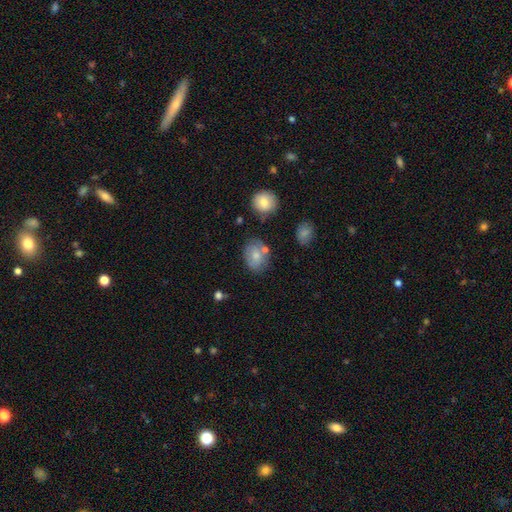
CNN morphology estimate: smooth-or-featured: smooth: 69% | featured or disk: 22% | star or artifact: 9%
  how-rounded: in between: 66% | round: 33% | cigar-shaped: 1%
  merging: none: 61% | minor disturbance: 21% | merger: 12% | major disturbance: 7%